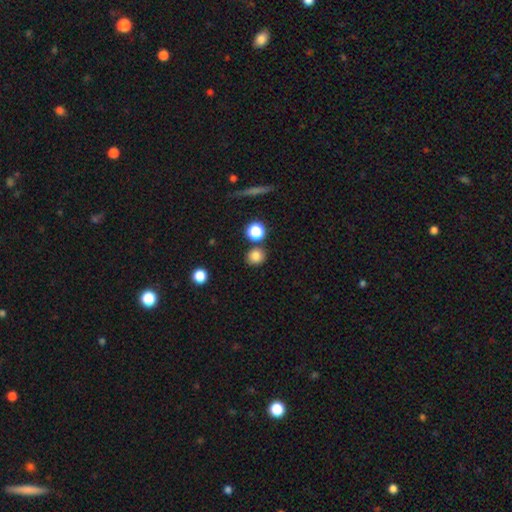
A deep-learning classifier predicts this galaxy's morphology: Q: Smooth or featured?
A: smooth (82%); runner-up: star or artifact (12%)
Q: How rounded?
A: round (84%); runner-up: in between (15%)
Q: Merging?
A: none (80%); runner-up: merger (9%)